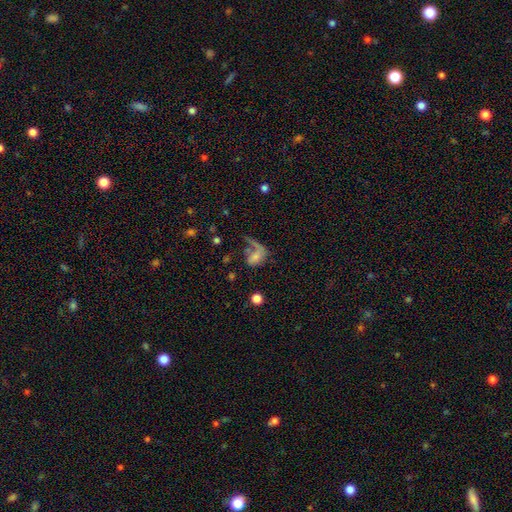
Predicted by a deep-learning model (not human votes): Smooth or featured?
  - smooth: 52% *
  - featured or disk: 35%
  - star or artifact: 12%
How rounded?
  - in between: 73% *
  - round: 22%
  - cigar-shaped: 5%
Merging?
  - major disturbance: 37% *
  - none: 29%
  - merger: 17%
  - minor disturbance: 16%